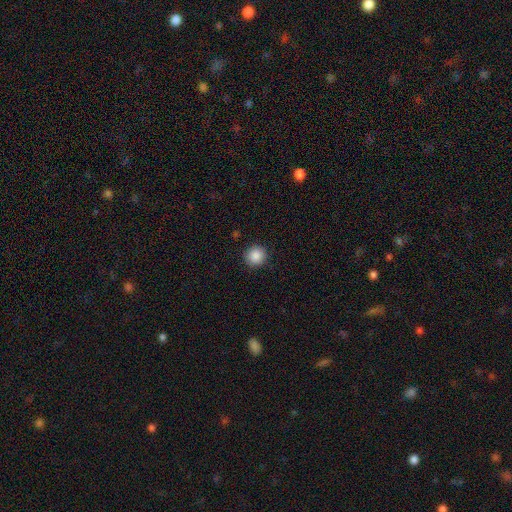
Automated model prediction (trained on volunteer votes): Smooth or featured?
  - smooth: 88% *
  - star or artifact: 9%
  - featured or disk: 3%
How rounded?
  - round: 93% *
  - in between: 6%
  - cigar-shaped: 1%
Merging?
  - none: 91% *
  - minor disturbance: 6%
  - major disturbance: 2%
  - merger: 1%